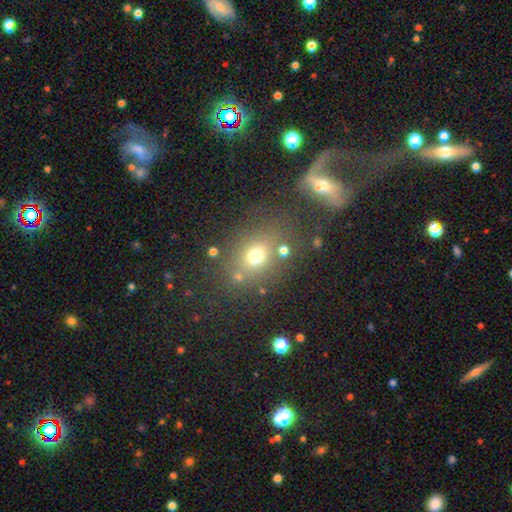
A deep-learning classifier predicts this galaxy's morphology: smooth-or-featured: smooth: 68% | star or artifact: 19% | featured or disk: 12%
  how-rounded: round: 52% | in between: 46% | cigar-shaped: 2%
  merging: none: 70% | minor disturbance: 14% | merger: 9% | major disturbance: 8%